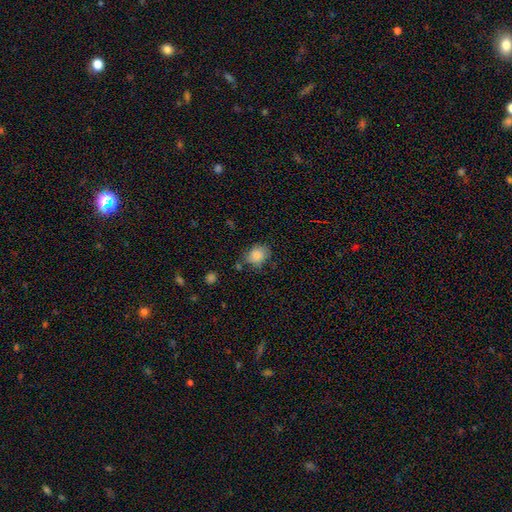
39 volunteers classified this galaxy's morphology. A smooth galaxy with no disk features (87%) that is round (53%).

Vote fractions:
- Smooth or featured? smooth: 87% / star or artifact: 10% / featured or disk: 3%
- How rounded? round: 53% / in between: 47% / cigar-shaped: 0%
- Merging? none: 49% / minor disturbance: 31% / major disturbance: 11% / merger: 9%